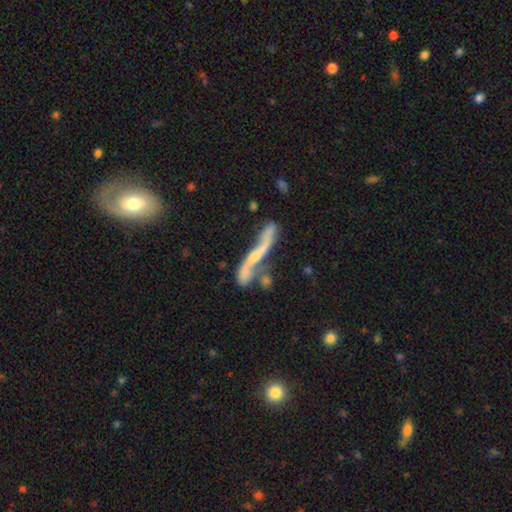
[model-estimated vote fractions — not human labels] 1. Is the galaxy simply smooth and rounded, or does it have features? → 68% featured or disk, 22% smooth, 9% star or artifact.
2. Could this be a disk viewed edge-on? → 56% no, 44% yes.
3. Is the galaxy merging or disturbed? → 35% none, 30% merger, 19% minor disturbance, 16% major disturbance.